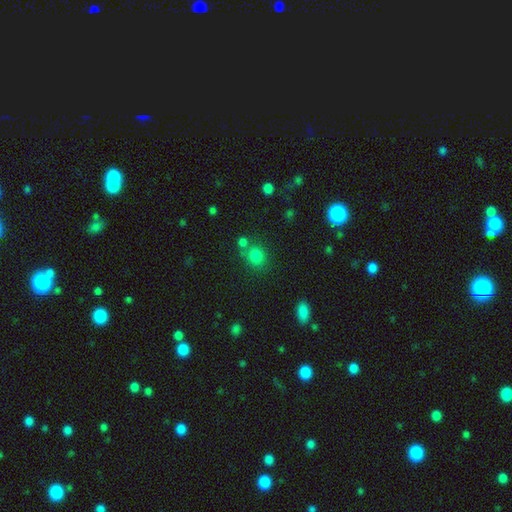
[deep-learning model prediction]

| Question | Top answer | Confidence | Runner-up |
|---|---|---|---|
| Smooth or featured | smooth | 80% | star or artifact (14%) |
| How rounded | round | 76% | in between (23%) |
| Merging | none | 66% | merger (19%) |